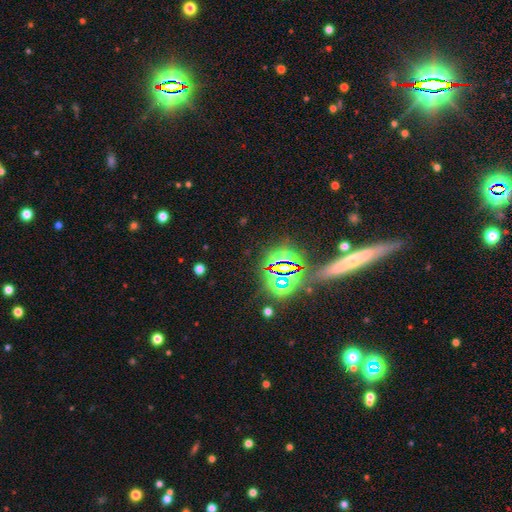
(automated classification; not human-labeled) Overall: star or artifact (59%; featured or disk 22%).